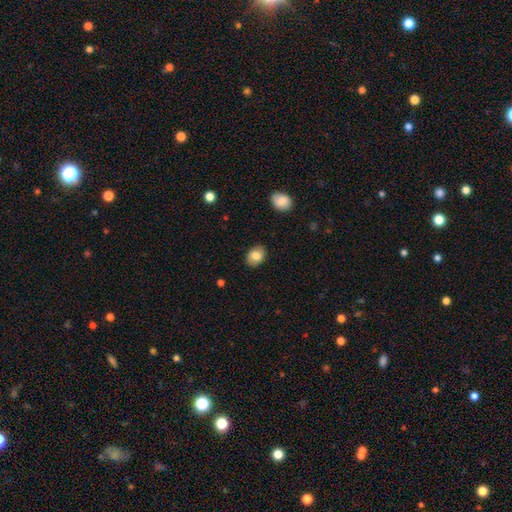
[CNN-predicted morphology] smooth_or_featured: smooth (p=0.82) [alt: featured or disk p=0.11]
how_rounded: in between (p=0.70) [alt: round p=0.29]
merging: none (p=0.87) [alt: minor disturbance p=0.10]